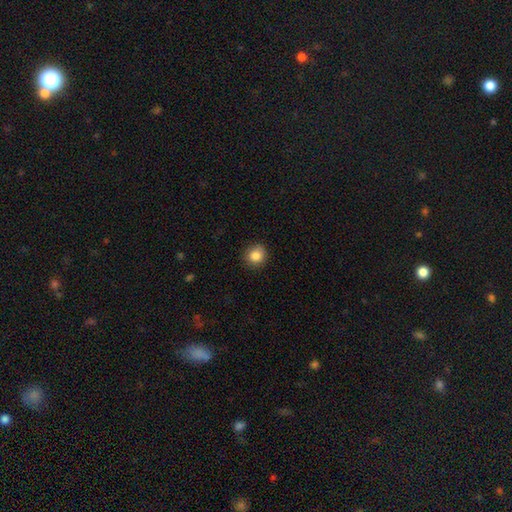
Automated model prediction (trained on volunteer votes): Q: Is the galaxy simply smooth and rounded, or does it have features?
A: smooth — 86%.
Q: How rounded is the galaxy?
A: round — 85%.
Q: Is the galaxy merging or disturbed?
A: none — 87%.